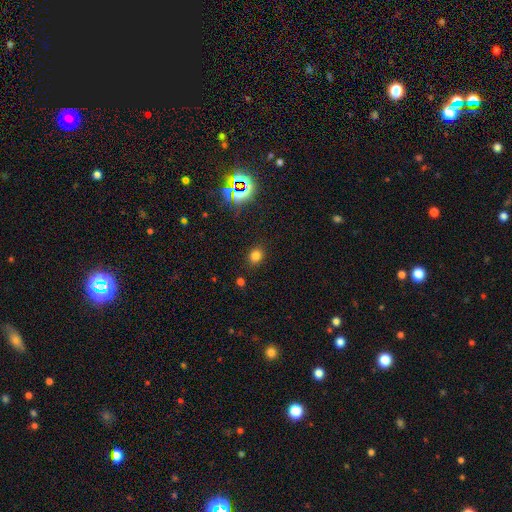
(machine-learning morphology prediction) smooth_or_featured: smooth (p=0.73) [alt: star or artifact p=0.21]
how_rounded: round (p=0.64) [alt: in between p=0.34]
merging: none (p=0.86) [alt: minor disturbance p=0.09]